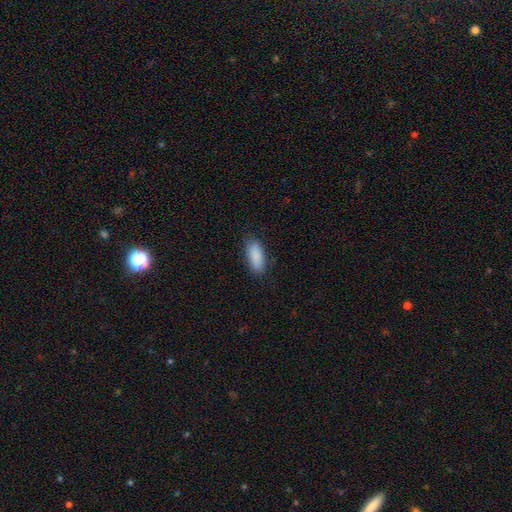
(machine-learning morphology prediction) The model was most divided on "how rounded": in between: 81%, cigar-shaped: 17%, round: 2%. More confident: smooth or featured — smooth (89%); merging — none (82%).